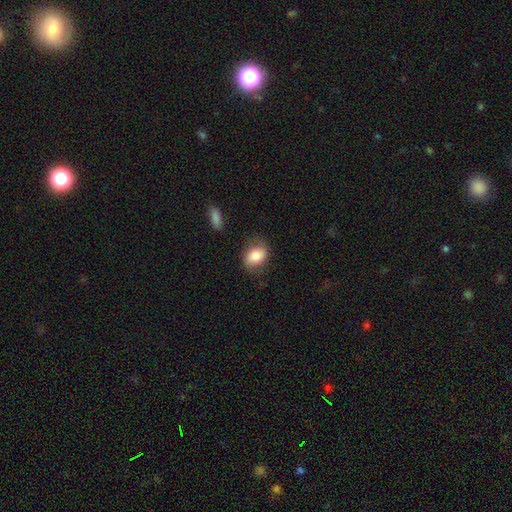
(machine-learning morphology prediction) Smooth or featured? Predicted: smooth (p=0.77). How rounded? Predicted: in between (p=0.70). Merging? Predicted: none (p=0.74).